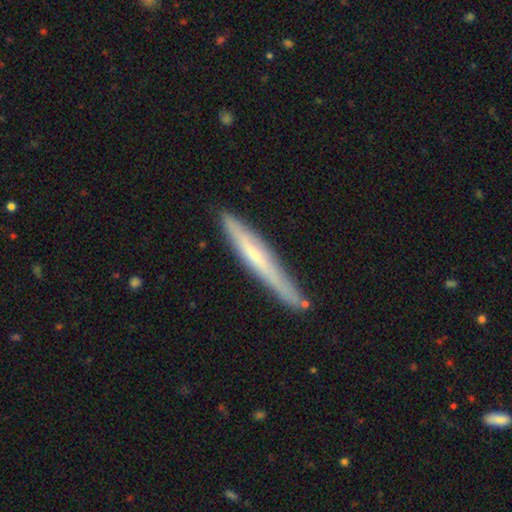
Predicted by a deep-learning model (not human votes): smooth_or_featured: featured or disk (p=0.48) [alt: smooth p=0.46]
merging: none (p=0.80) [alt: minor disturbance p=0.14]